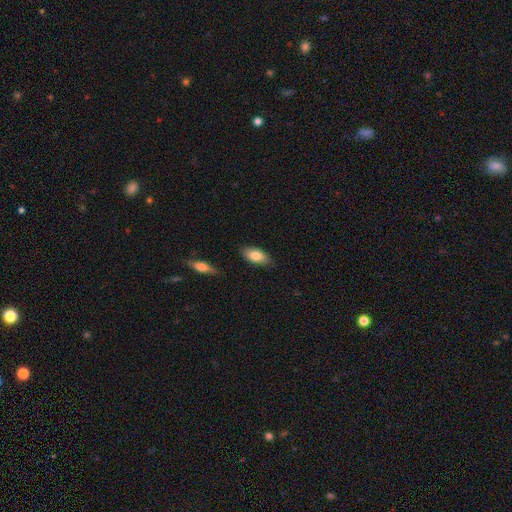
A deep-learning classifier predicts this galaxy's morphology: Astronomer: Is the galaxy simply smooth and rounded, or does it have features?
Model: smooth — 81%.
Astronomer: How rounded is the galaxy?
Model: in between — 90%.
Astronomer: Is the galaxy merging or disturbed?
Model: none — 84%.